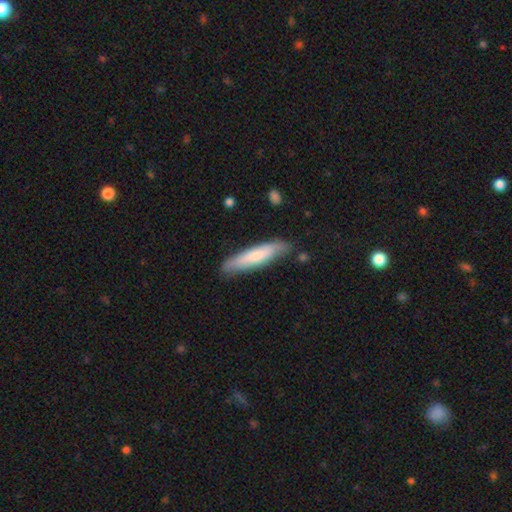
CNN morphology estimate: smooth 70%, featured or disk 25%, star or artifact 5%. Down the decision tree: how rounded — cigar-shaped (82%); merging — none (80%).